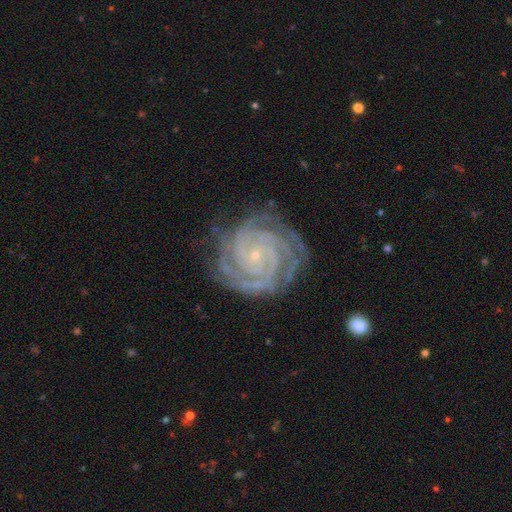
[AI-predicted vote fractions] Overall: featured or disk (92%). Edge-on disk: no (98%). Bar: no (72%). Spiral arms: yes (99%). Spiral arm count: 4 (30%; 3 22%). Spiral winding: tight (85%). Bulge size: small (88%). Merging: none (78%).